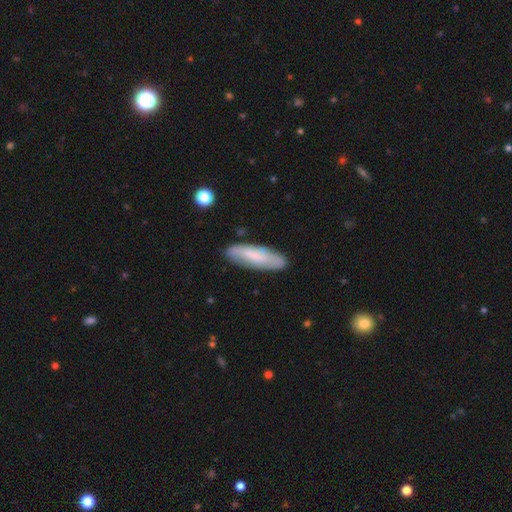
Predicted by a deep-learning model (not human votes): Smooth or featured: smooth — 66% (featured or disk — 27%)
How rounded: cigar-shaped — 55% (in between — 43%)
Merging: none — 81% (minor disturbance — 14%)